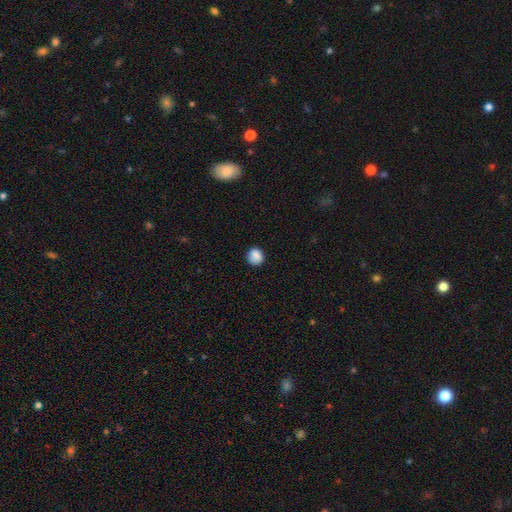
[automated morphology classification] A smooth galaxy with no disk features (85%) that is round (76%).

Vote fractions:
- Smooth or featured? smooth: 85% / star or artifact: 9% / featured or disk: 6%
- How rounded? round: 76% / in between: 23% / cigar-shaped: 1%
- Merging? none: 81% / minor disturbance: 14% / major disturbance: 3% / merger: 2%